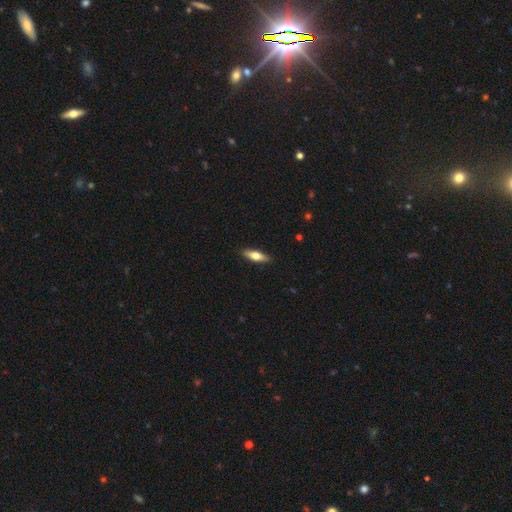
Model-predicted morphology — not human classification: smooth 61%, featured or disk 34%, star or artifact 6%. Down the decision tree: how rounded — cigar-shaped (53%); merging — none (89%).